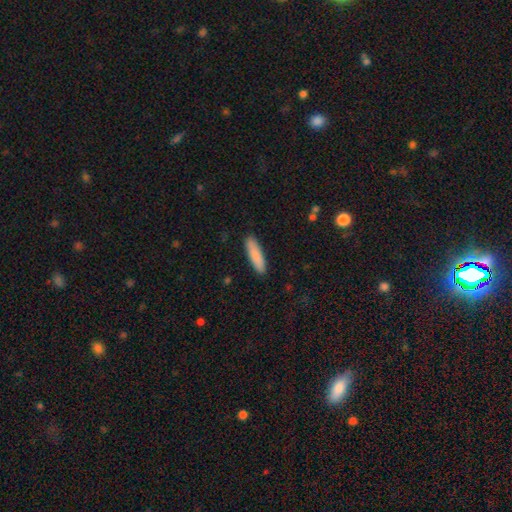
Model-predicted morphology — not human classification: Smooth or featured? smooth (87%)
How rounded? cigar-shaped (73%)
Merging? none (90%)